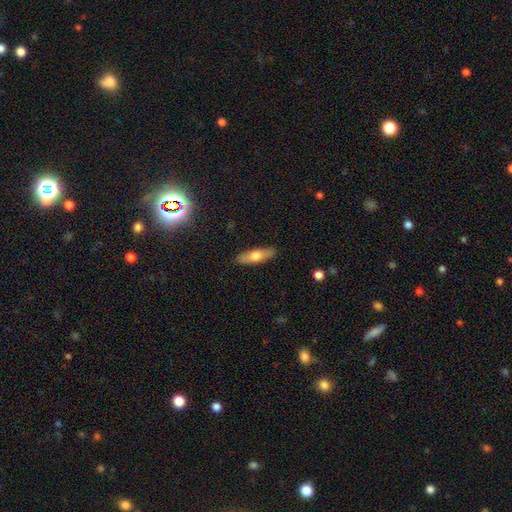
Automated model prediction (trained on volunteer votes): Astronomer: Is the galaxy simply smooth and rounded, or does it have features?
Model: smooth — 63%.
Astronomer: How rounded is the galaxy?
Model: cigar-shaped — 53% (runner-up: in between, 44%).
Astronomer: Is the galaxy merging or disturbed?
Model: none — 88%.